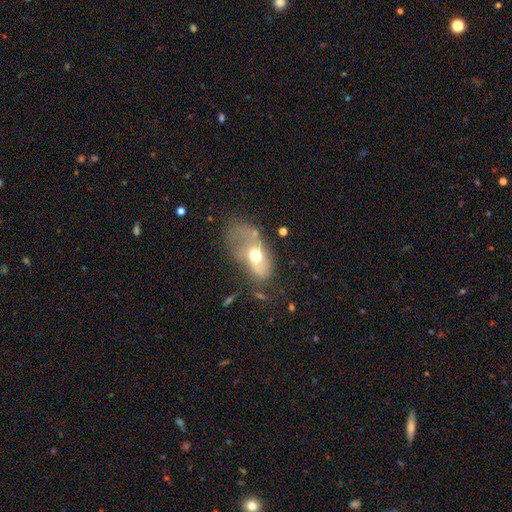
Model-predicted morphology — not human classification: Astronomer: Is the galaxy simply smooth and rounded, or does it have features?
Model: smooth — 51% (runner-up: featured or disk, 39%).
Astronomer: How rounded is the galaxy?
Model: in between — 84%.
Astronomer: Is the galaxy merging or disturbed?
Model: major disturbance — 40% (runner-up: none, 27%).